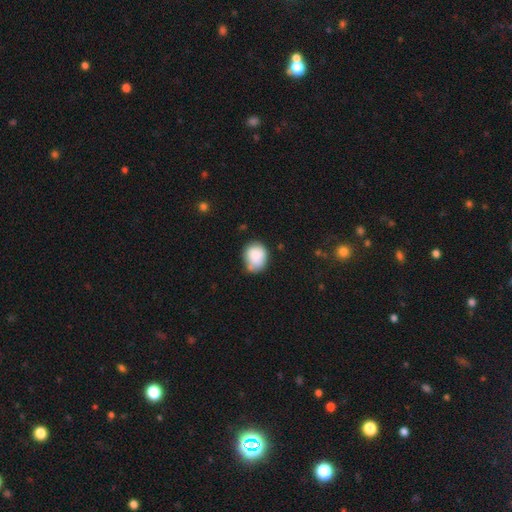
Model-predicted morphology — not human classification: Overall: smooth (84%). How rounded: round (53%; in between 46%). Merging: none (57%; minor disturbance 29%).